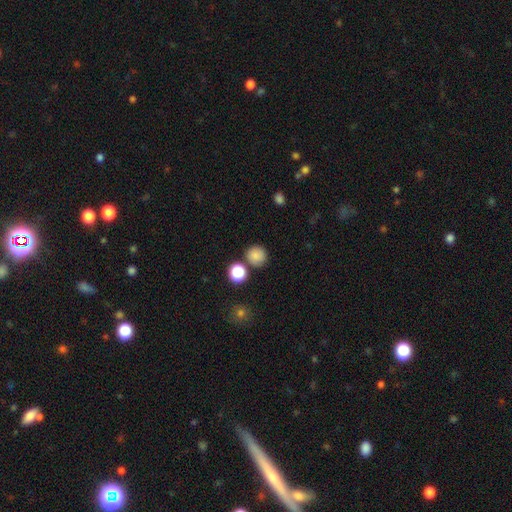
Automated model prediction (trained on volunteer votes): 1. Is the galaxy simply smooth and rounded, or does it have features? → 82% smooth, 12% star or artifact, 5% featured or disk.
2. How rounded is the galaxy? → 91% round, 8% in between, 1% cigar-shaped.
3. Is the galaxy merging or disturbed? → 79% none, 9% minor disturbance, 9% merger, 3% major disturbance.